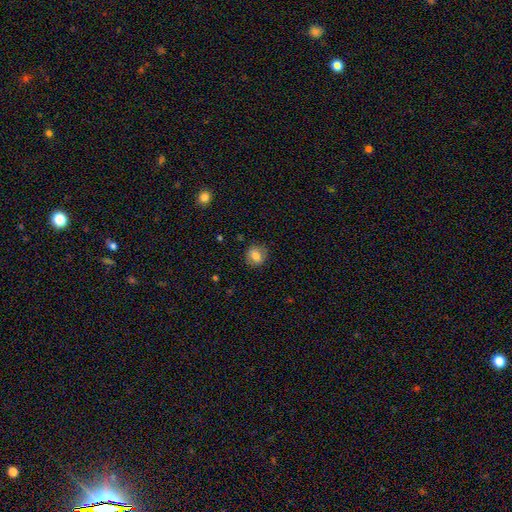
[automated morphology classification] Q: Smooth or featured?
A: smooth (77%); runner-up: featured or disk (14%)
Q: How rounded?
A: round (68%); runner-up: in between (31%)
Q: Merging?
A: none (82%); runner-up: minor disturbance (13%)